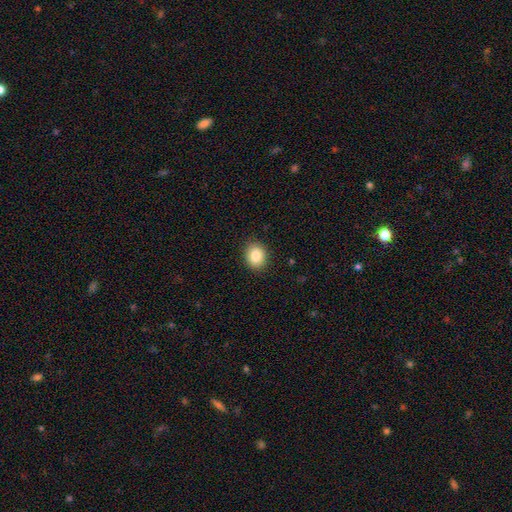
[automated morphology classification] Smooth or featured: smooth — 86% (star or artifact — 9%)
How rounded: round — 51% (in between — 48%)
Merging: none — 89% (minor disturbance — 8%)